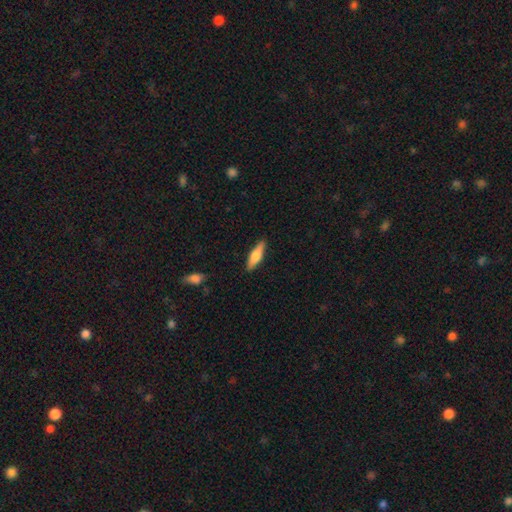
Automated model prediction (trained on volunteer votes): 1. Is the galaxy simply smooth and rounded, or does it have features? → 61% smooth, 33% featured or disk, 6% star or artifact.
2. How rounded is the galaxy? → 62% cigar-shaped, 36% in between, 2% round.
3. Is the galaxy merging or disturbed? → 89% none, 8% minor disturbance, 2% major disturbance, 1% merger.